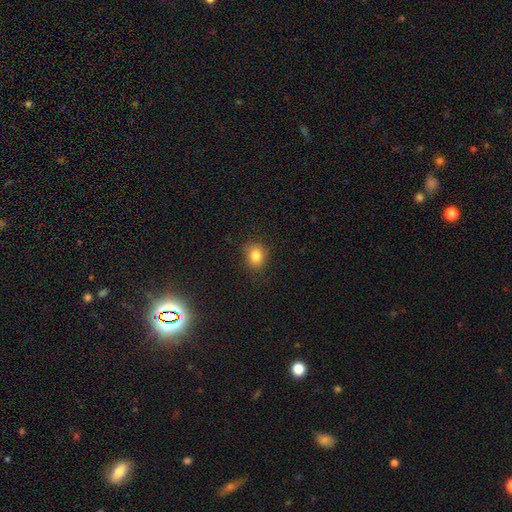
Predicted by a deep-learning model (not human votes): Morphology: type=smooth (83%); roundness=round (65%); merging=none (79%).